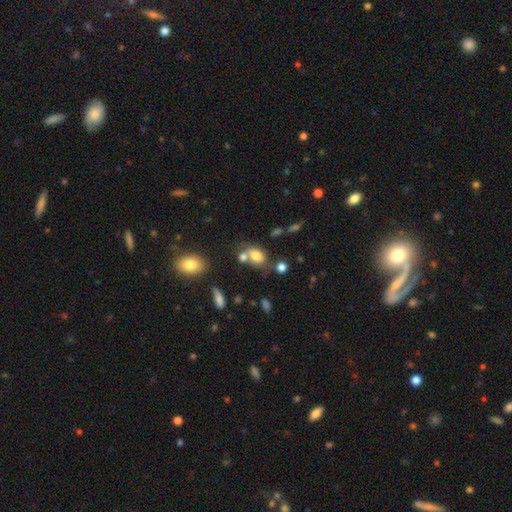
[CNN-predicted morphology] smooth-or-featured: smooth: 74% | featured or disk: 14% | star or artifact: 12%
  how-rounded: in between: 66% | round: 32% | cigar-shaped: 2%
  merging: none: 45% | merger: 33% | minor disturbance: 15% | major disturbance: 7%